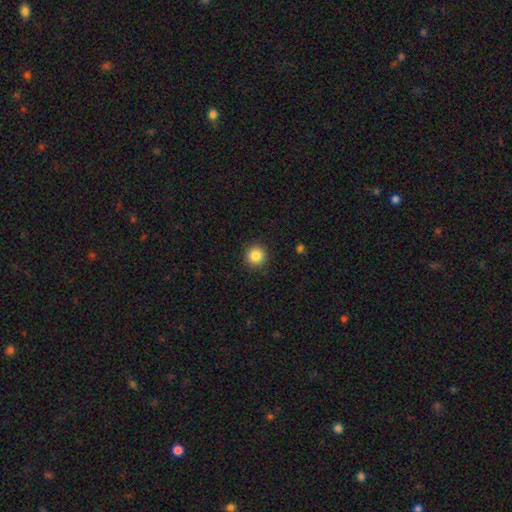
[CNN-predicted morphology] A smooth galaxy with no disk features (85%) that is round (95%).

Vote fractions:
- Smooth or featured? smooth: 85% / star or artifact: 10% / featured or disk: 5%
- How rounded? round: 95% / in between: 4% / cigar-shaped: 1%
- Merging? none: 91% / minor disturbance: 6% / major disturbance: 2% / merger: 1%